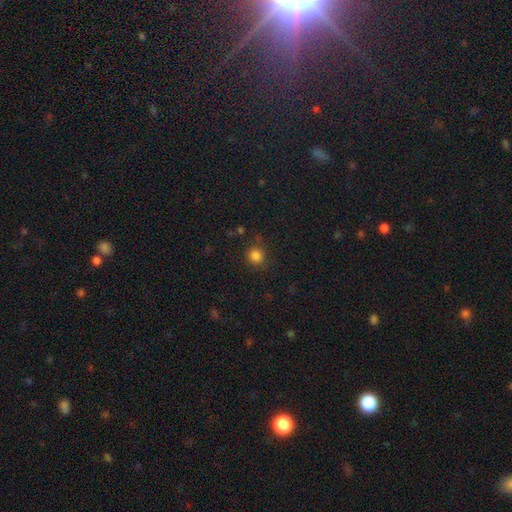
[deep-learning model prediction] Overall: smooth (83%). How rounded: round (90%). Merging: none (82%).